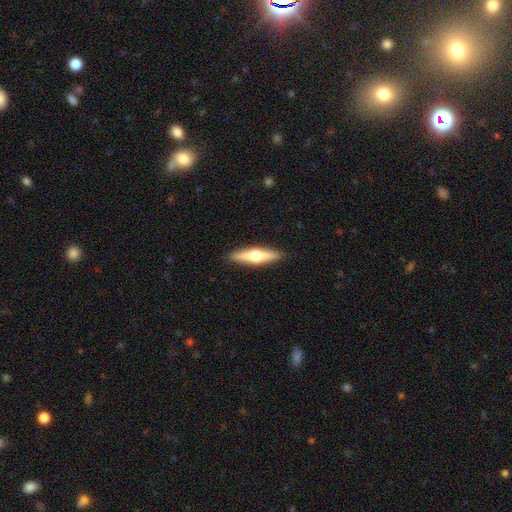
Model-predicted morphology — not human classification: type=featured or disk (58%); edge-on=yes (95%); edge-on bulge=rounded (94%); merging=none (91%).